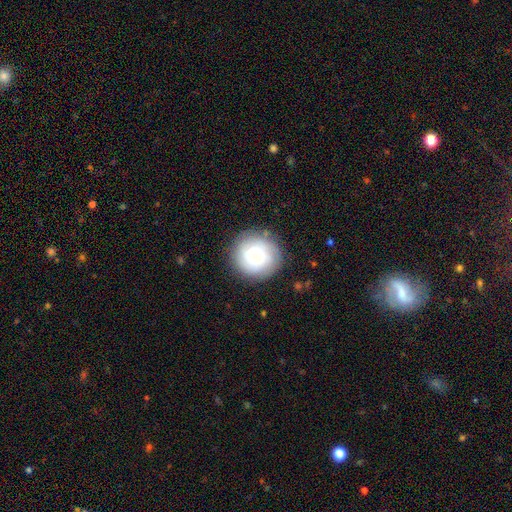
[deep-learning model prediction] Smooth or featured? smooth (56%)
How rounded? round (95%)
Merging? none (85%)